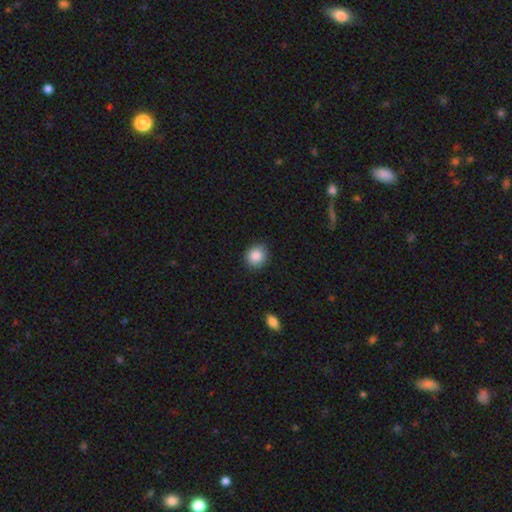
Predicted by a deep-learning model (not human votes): This appears to be a smooth galaxy with no disk features (87%) that is round (77%). Merging: none (88%).